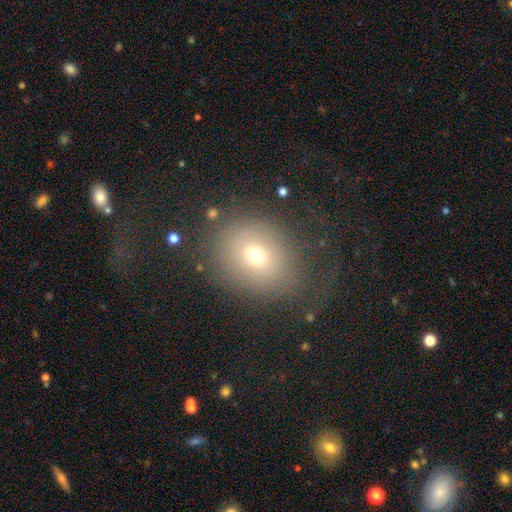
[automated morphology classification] Smooth or featured: smooth — 63% (featured or disk — 20%)
How rounded: round — 61% (in between — 37%)
Merging: none — 58% (major disturbance — 24%)